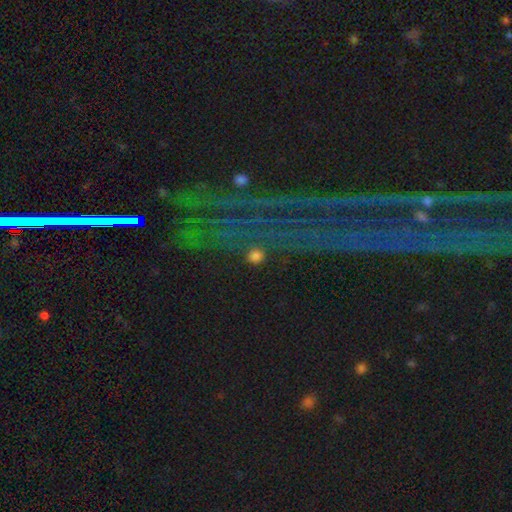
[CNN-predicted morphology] Smooth or featured: smooth — 57% (star or artifact — 34%)
How rounded: round — 91% (in between — 7%)
Merging: none — 83% (minor disturbance — 9%)